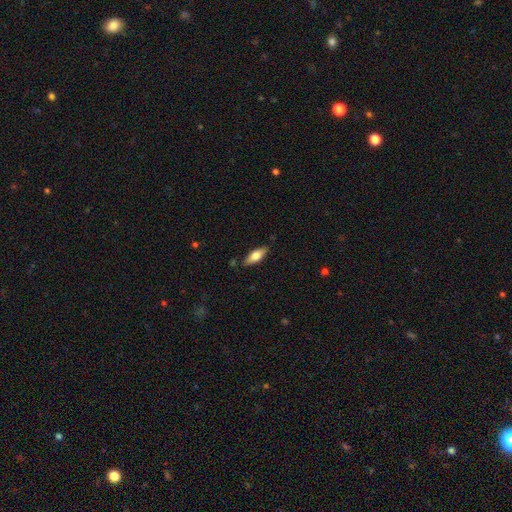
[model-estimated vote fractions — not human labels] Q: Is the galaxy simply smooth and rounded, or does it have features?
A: smooth — 68%.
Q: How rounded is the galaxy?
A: in between — 69%.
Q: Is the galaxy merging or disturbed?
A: none — 83%.